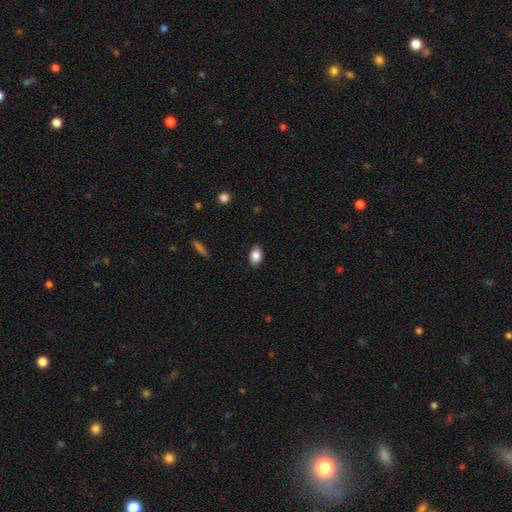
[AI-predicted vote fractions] Morphology: type=smooth (86%); roundness=in between (83%); merging=none (87%).